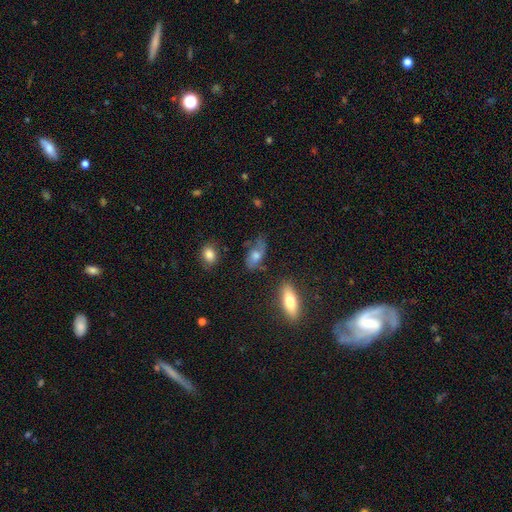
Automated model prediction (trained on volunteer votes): smooth_or_featured: smooth (p=0.54) [alt: featured or disk p=0.35]
how_rounded: in between (p=0.82) [alt: cigar-shaped p=0.11]
merging: none (p=0.57) [alt: minor disturbance p=0.28]